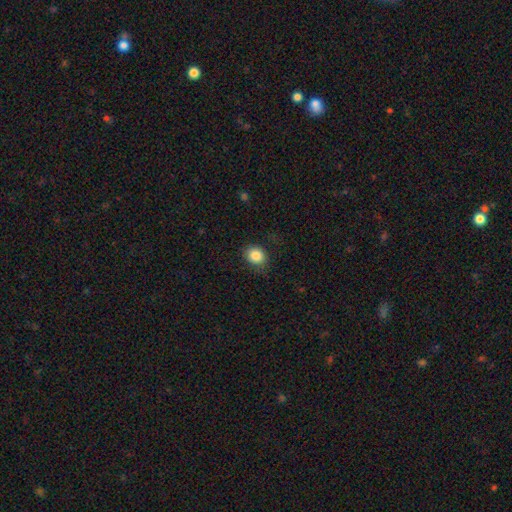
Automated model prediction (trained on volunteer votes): This appears to be a smooth galaxy with no disk features (85%) that is round (66%). Merging: none (80%).